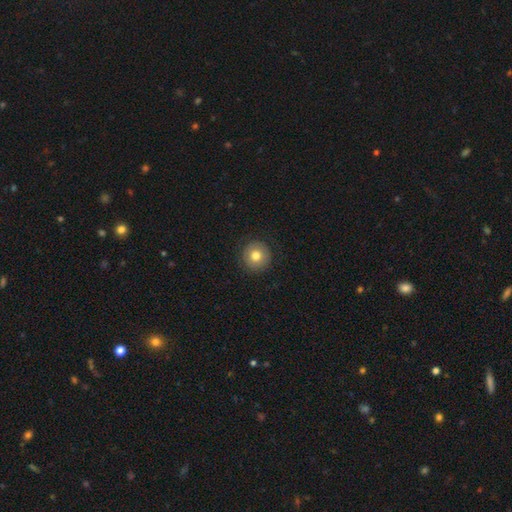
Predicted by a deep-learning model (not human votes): This is likely a smooth galaxy (78%). How rounded: clearly round (95%). Merging: clearly none (91%).